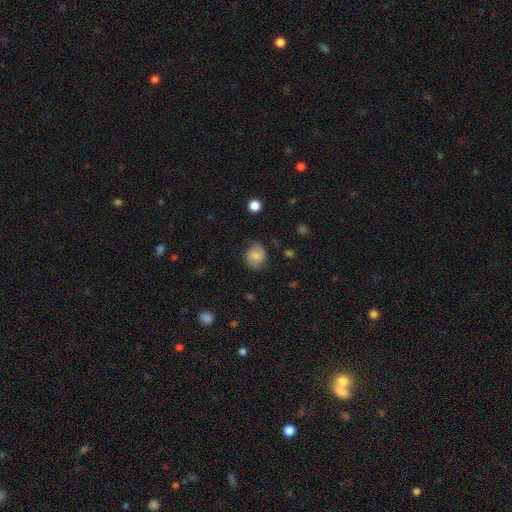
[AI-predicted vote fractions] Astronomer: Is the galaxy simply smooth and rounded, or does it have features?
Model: smooth — 73%.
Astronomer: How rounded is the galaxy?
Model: round — 59% (runner-up: in between, 40%).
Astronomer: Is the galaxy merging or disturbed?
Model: none — 71%.